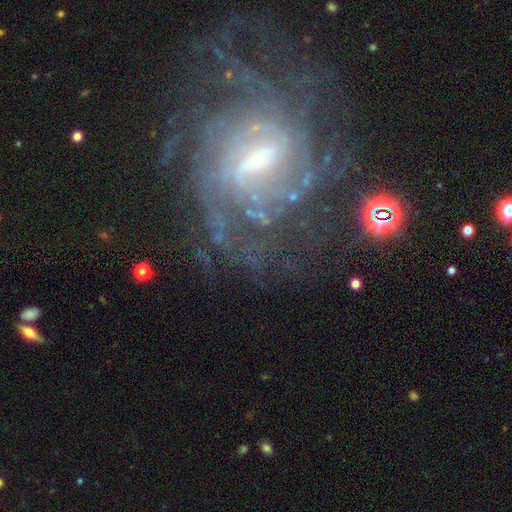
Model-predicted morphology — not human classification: The model was most divided on "spiral winding": tight: 48%, medium: 36%, loose: 17%. Remaining: edge-on disk — no (96%); spiral arms — yes (87%); smooth or featured — featured or disk (77%); bulge size — small (63%); merging — none (56%); bar — weak (43%); spiral arm count — can't tell (38%).